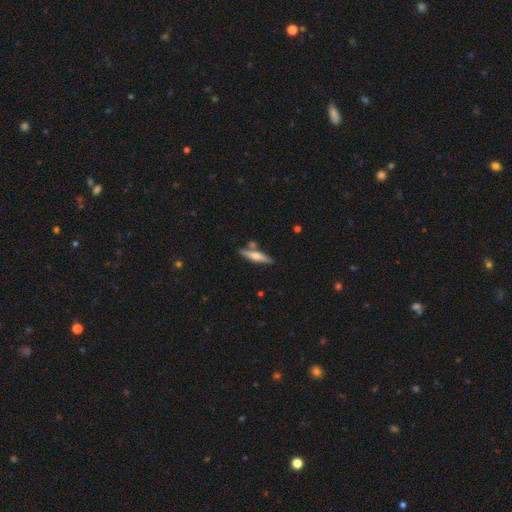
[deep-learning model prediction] This is possibly a featured or disk galaxy (48%). Merging: likely none (75%).